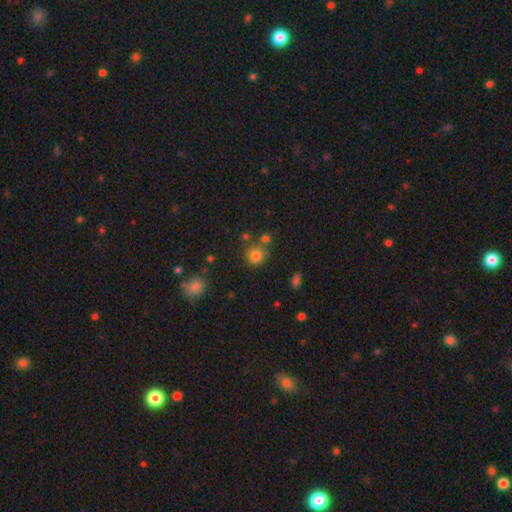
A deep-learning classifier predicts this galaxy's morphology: Smooth or featured? Predicted: smooth (p=0.79). How rounded? Predicted: round (p=0.89). Merging? Predicted: none (p=0.69).